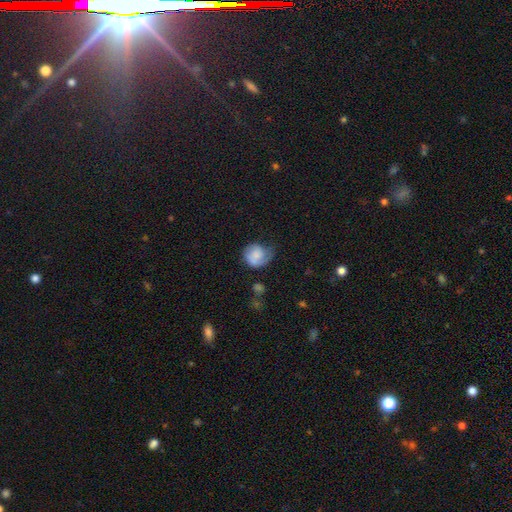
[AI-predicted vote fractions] Morphology: type=smooth (61%); roundness=round (73%); merging=none (43%).